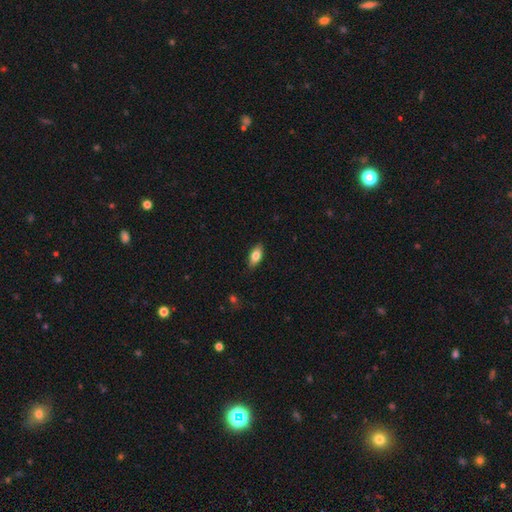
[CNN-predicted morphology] A smooth galaxy with no disk features (79%) that is in between round and cigar-shaped (87%). Merging: none (87%).